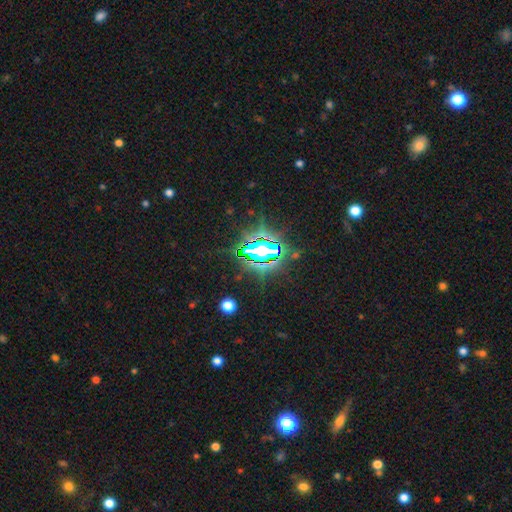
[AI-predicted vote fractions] The model was most divided on "smooth or featured": star or artifact: 77%, smooth: 12%, featured or disk: 11%.